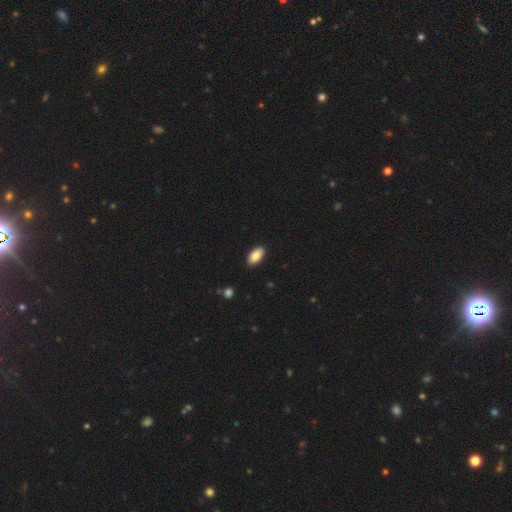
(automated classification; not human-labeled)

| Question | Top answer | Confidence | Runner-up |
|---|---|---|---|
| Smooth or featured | smooth | 87% | star or artifact (7%) |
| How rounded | in between | 94% | cigar-shaped (4%) |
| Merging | none | 89% | minor disturbance (8%) |